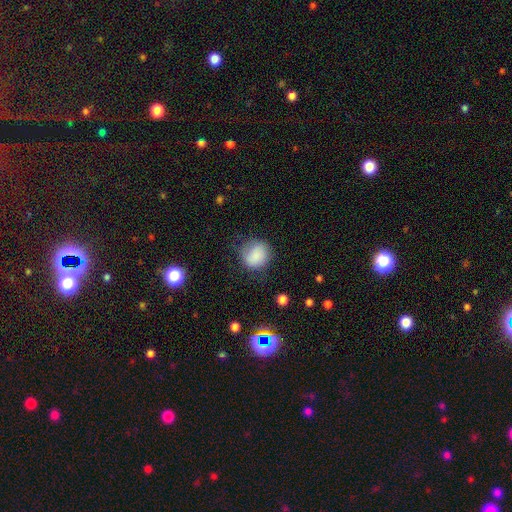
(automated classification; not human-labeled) smooth-or-featured: smooth: 84% | star or artifact: 8% | featured or disk: 8%
  how-rounded: round: 76% | in between: 23% | cigar-shaped: 1%
  merging: none: 60% | minor disturbance: 26% | major disturbance: 11% | merger: 2%